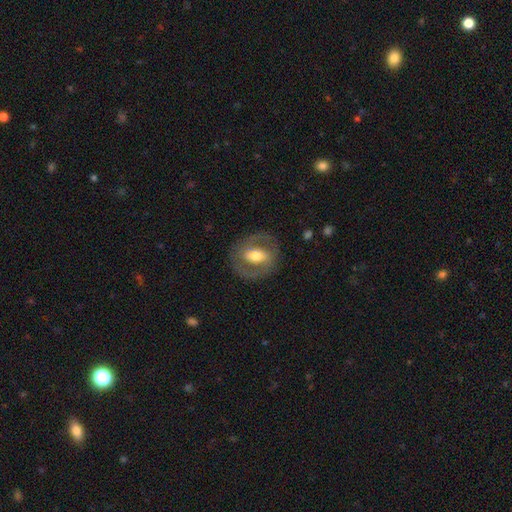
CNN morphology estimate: This is likely a featured or disk galaxy (67%). It is clearly not viewed edge-on (92%). Bar: possibly strong (45%). Spiral arm pattern: possibly no (52%). Central bulge: likely moderate (67%). Merging: likely none (80%).